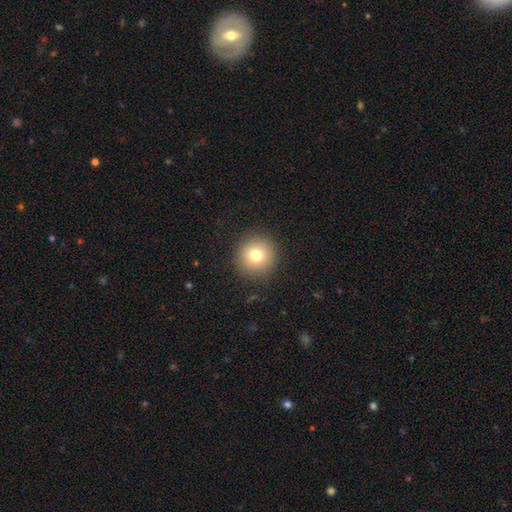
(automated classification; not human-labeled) smooth-or-featured: smooth: 77% | star or artifact: 12% | featured or disk: 11%
  how-rounded: round: 95% | in between: 4% | cigar-shaped: 1%
  merging: none: 90% | minor disturbance: 6% | major disturbance: 3% | merger: 1%